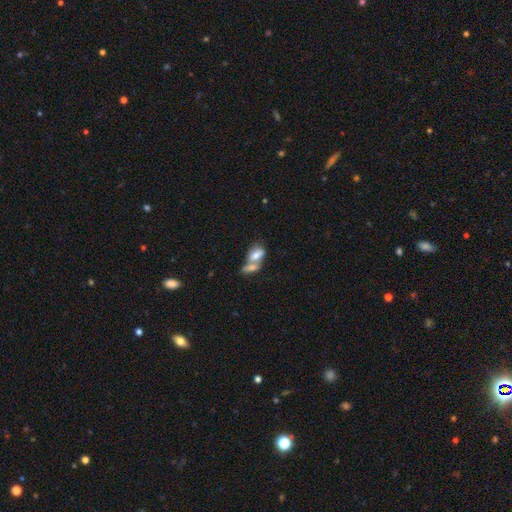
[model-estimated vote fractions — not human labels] This appears to be a smooth galaxy with no disk features (68%) that is in between round and cigar-shaped (83%). Merging: merger (69%).